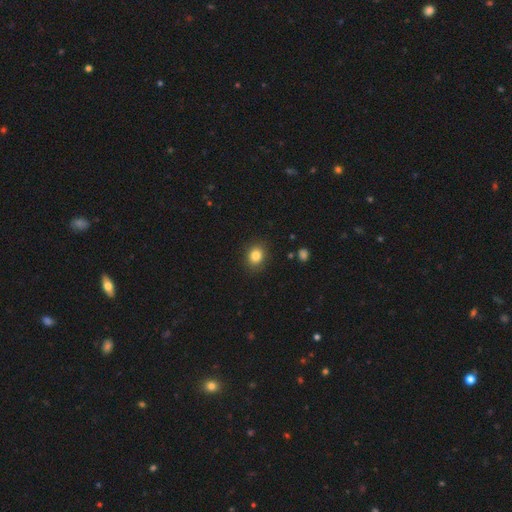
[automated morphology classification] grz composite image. It shows a smooth galaxy with no disk features (84%) that is round (56%). Merging: none (88%).